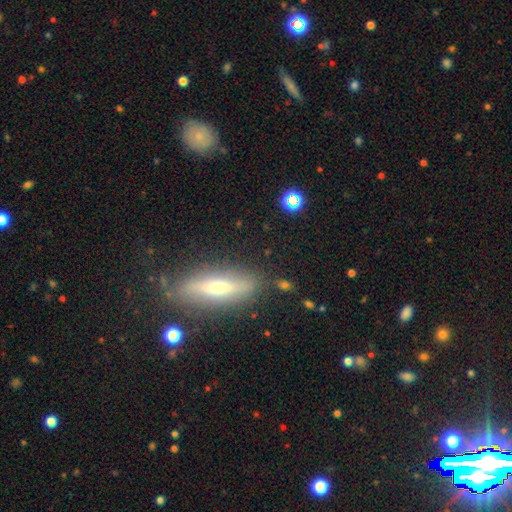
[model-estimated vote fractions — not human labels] smooth_or_featured: featured or disk (p=0.51) [alt: smooth p=0.38]
disk_edge_on: yes (p=0.77) [alt: no p=0.23]
merging: none (p=0.75) [alt: minor disturbance p=0.17]